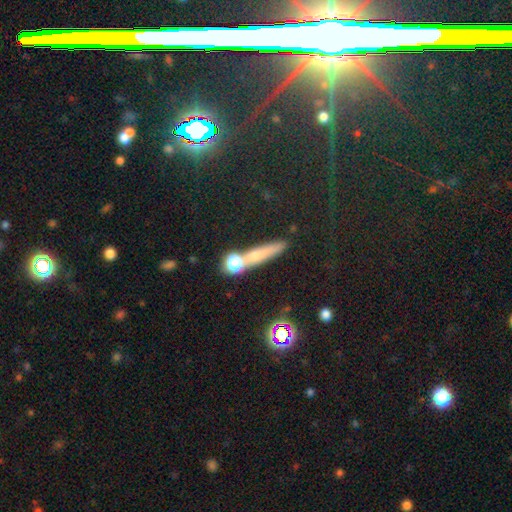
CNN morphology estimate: The model was most divided on "smooth or featured": smooth: 57%, star or artifact: 23%, featured or disk: 20%. More confident: how rounded — cigar-shaped (72%); merging — none (67%).